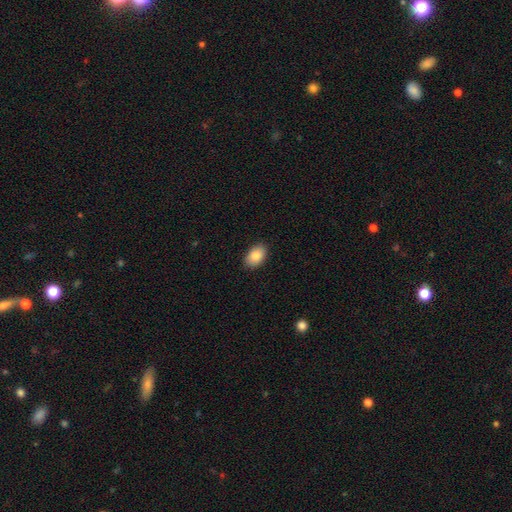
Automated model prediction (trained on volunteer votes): This is clearly a smooth galaxy (87%). How rounded: clearly in between (90%). Merging: clearly none (88%).